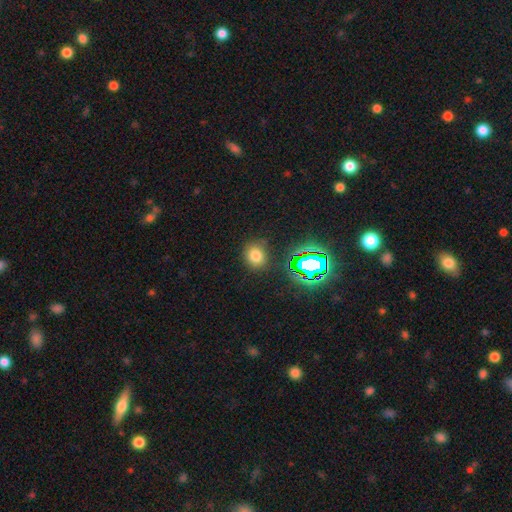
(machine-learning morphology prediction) Smooth or featured?
  - smooth: 71% *
  - star or artifact: 22%
  - featured or disk: 7%
How rounded?
  - round: 76% *
  - in between: 23%
  - cigar-shaped: 1%
Merging?
  - none: 84% *
  - minor disturbance: 10%
  - major disturbance: 3%
  - merger: 2%